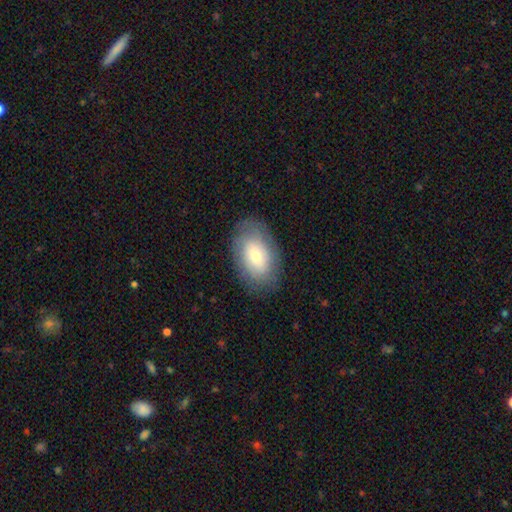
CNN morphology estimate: This appears to be a smooth galaxy with no disk features (63%) that is in between round and cigar-shaped (91%). Merging: none (82%).